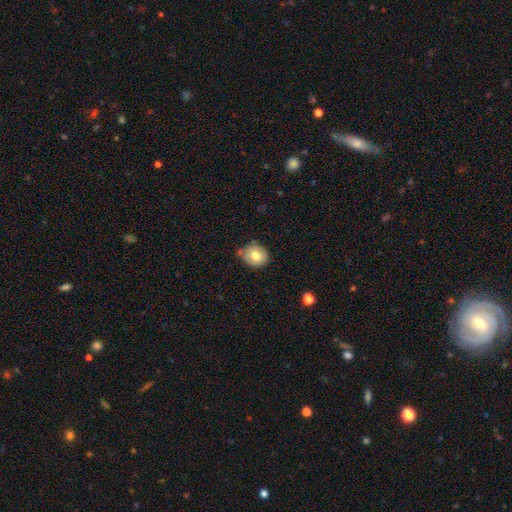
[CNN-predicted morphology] Smooth or featured?
  - smooth: 75% *
  - featured or disk: 16%
  - star or artifact: 9%
How rounded?
  - round: 64% *
  - in between: 35%
  - cigar-shaped: 1%
Merging?
  - none: 68% *
  - minor disturbance: 23%
  - merger: 6%
  - major disturbance: 4%